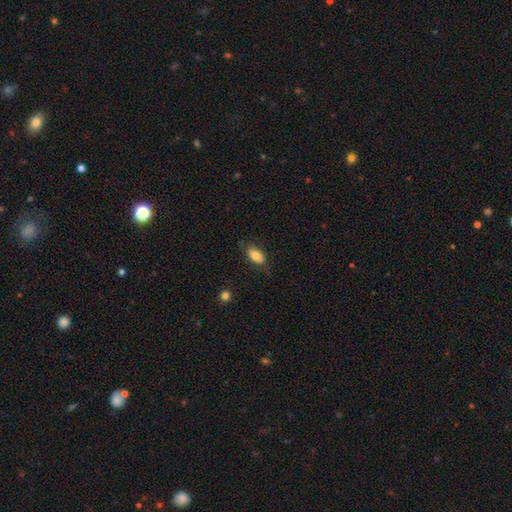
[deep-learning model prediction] A smooth galaxy with no disk features (80%) that is in between round and cigar-shaped (91%).

Vote fractions:
- Smooth or featured? smooth: 80% / featured or disk: 13% / star or artifact: 7%
- How rounded? in between: 91% / round: 5% / cigar-shaped: 4%
- Merging? none: 75% / minor disturbance: 19% / major disturbance: 5% / merger: 1%